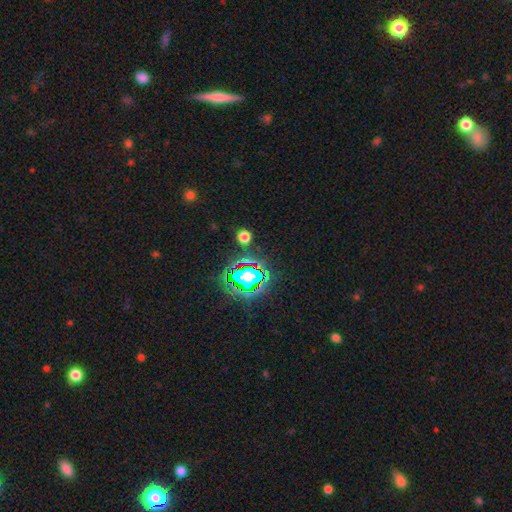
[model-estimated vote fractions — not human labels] Smooth or featured? star or artifact (76%)